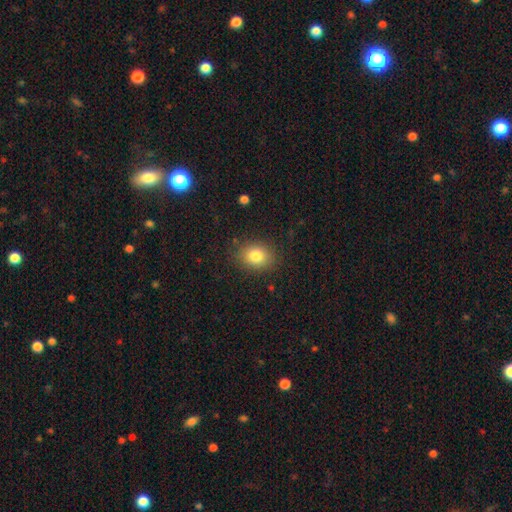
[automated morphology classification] A smooth galaxy with no disk features (82%) that is in between round and cigar-shaped (54%).

Vote fractions:
- Smooth or featured? smooth: 82% / star or artifact: 10% / featured or disk: 8%
- How rounded? in between: 54% / round: 45% / cigar-shaped: 1%
- Merging? none: 85% / minor disturbance: 11% / major disturbance: 3% / merger: 1%